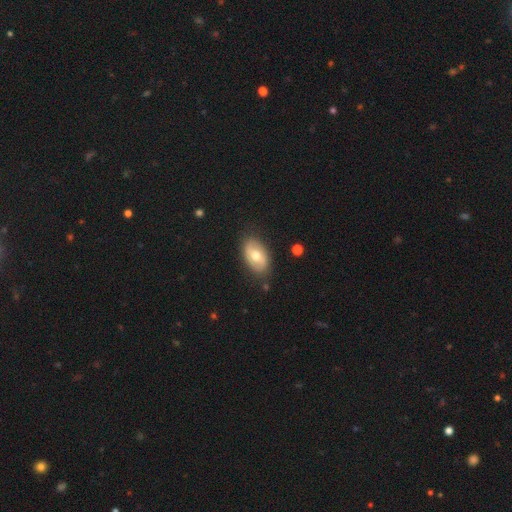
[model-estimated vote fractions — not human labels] The model was most divided on "smooth or featured": smooth: 60%, featured or disk: 34%, star or artifact: 6%. More confident: how rounded — in between (91%); merging — none (82%).